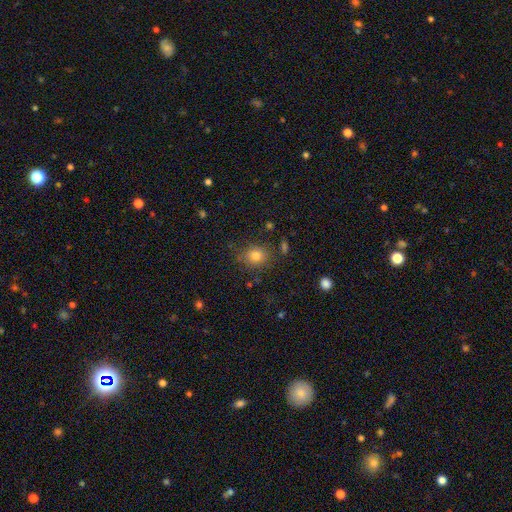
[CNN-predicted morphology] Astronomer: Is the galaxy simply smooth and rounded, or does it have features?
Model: smooth — 81%.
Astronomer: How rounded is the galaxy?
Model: round — 62%.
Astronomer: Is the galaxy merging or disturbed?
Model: none — 80%.